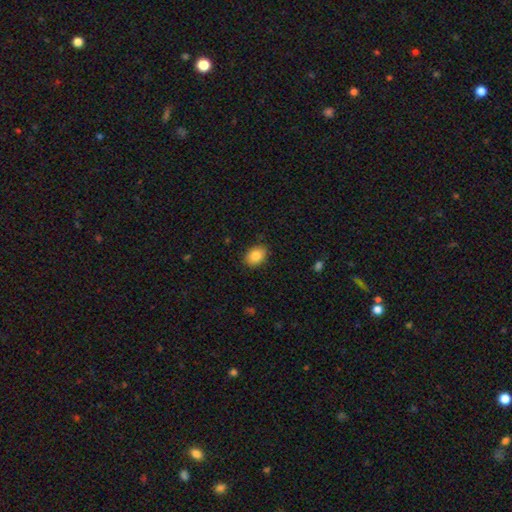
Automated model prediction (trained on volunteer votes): Morphology: type=smooth (85%); roundness=in between (66%); merging=none (86%).